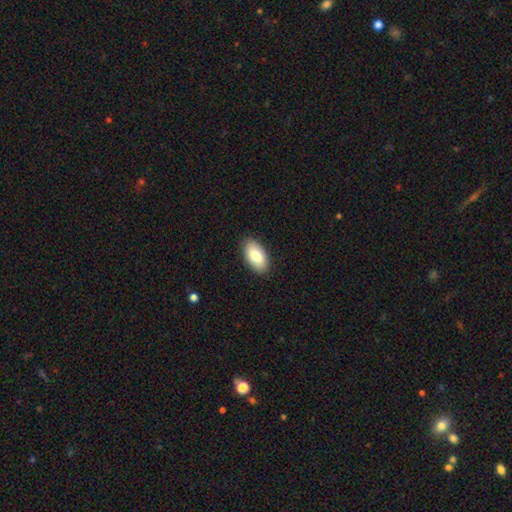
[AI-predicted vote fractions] Overall: smooth (83%). How rounded: in between (95%). Merging: none (88%).